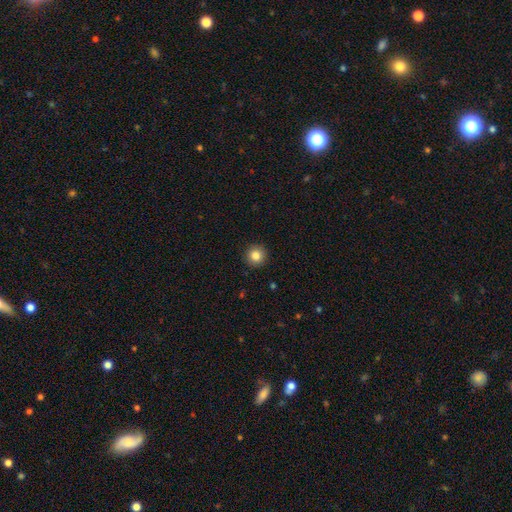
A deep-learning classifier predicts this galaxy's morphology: A smooth galaxy with no disk features (84%) that is round (95%). Merging: none (92%).